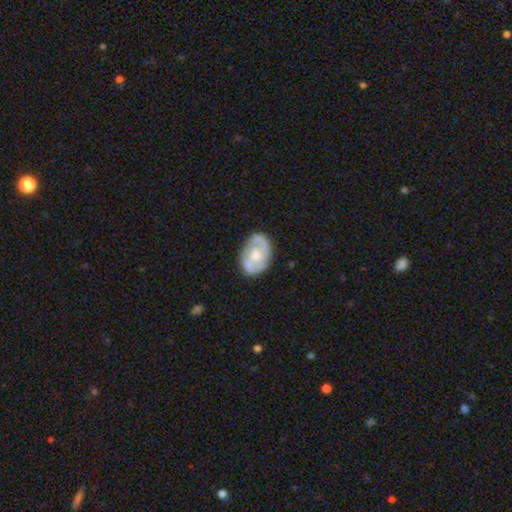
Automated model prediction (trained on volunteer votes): This is likely a featured or disk galaxy (70%). It is clearly not viewed edge-on (96%). Bar: likely no (63%). Spiral arm pattern: likely yes (76%). Spiral arm count: likely 2 (75%). Spiral winding: marginally medium (45%). Central bulge: likely moderate (64%). Merging: likely none (78%).